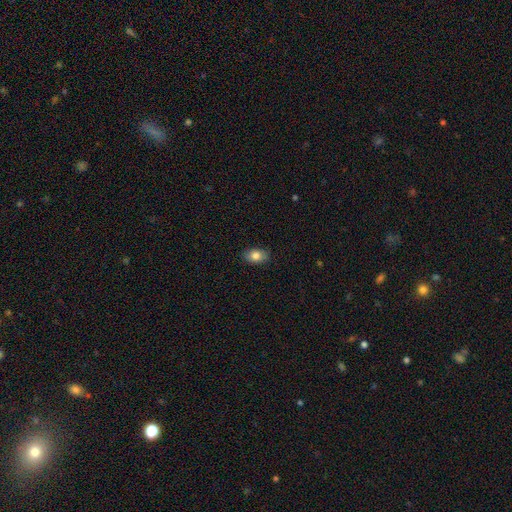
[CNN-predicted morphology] This appears to be a smooth galaxy with no disk features (83%) that is in between round and cigar-shaped (85%). Merging: none (87%).